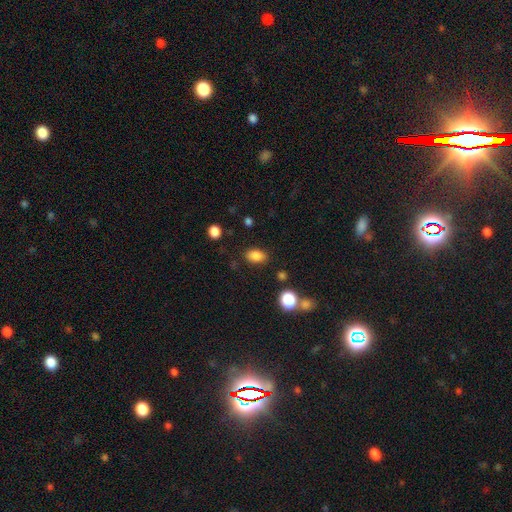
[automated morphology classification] smooth_or_featured: smooth (p=0.84) [alt: star or artifact p=0.11]
how_rounded: in between (p=0.84) [alt: round p=0.15]
merging: none (p=0.82) [alt: minor disturbance p=0.12]